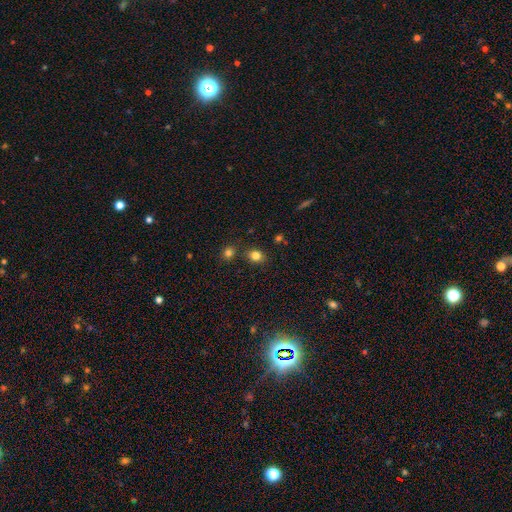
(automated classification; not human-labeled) This appears to be a smooth galaxy with no disk features (82%) that is round (56%). Merging: none (81%).